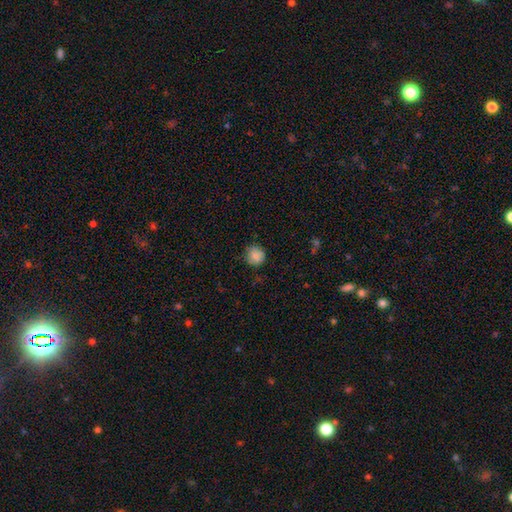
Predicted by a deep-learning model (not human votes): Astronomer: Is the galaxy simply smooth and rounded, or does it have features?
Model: smooth — 86%.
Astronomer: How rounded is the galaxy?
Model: round — 90%.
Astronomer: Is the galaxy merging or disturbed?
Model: none — 78%.